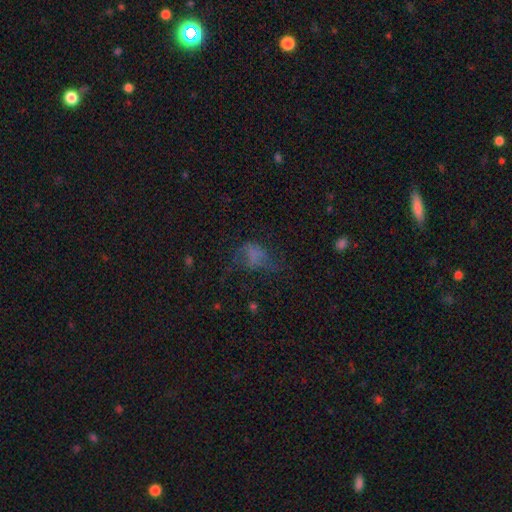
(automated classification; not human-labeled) smooth 56%, featured or disk 23%, star or artifact 21%. Down the decision tree: how rounded — in between (74%); merging — major disturbance (38%).